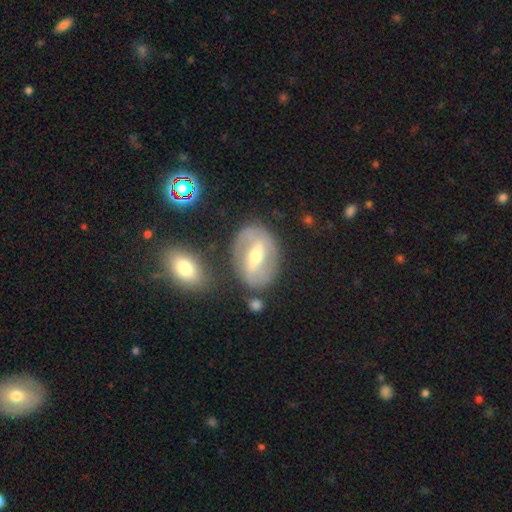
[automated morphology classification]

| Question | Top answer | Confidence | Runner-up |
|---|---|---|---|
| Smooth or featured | featured or disk | 75% | smooth (18%) |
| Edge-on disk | no | 93% | yes (7%) |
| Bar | strong | 56% | weak (32%) |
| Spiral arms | yes | 71% | no (29%) |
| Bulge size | moderate | 61% | small (32%) |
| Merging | none | 73% | minor disturbance (15%) |